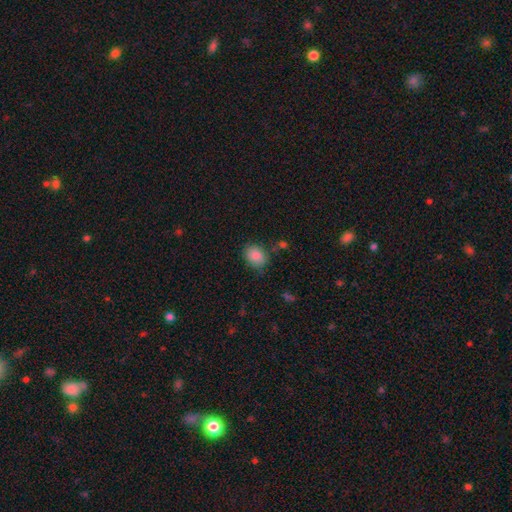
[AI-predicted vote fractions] smooth_or_featured: smooth (p=0.87) [alt: star or artifact p=0.08]
how_rounded: in between (p=0.54) [alt: round p=0.45]
merging: none (p=0.78) [alt: minor disturbance p=0.15]